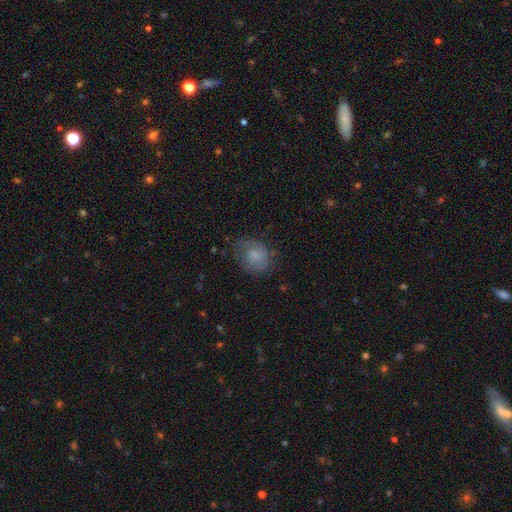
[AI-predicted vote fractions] Smooth or featured?
  - smooth: 62% *
  - featured or disk: 28%
  - star or artifact: 10%
How rounded?
  - round: 52% *
  - in between: 47%
  - cigar-shaped: 1%
Merging?
  - none: 61% *
  - minor disturbance: 25%
  - major disturbance: 12%
  - merger: 2%